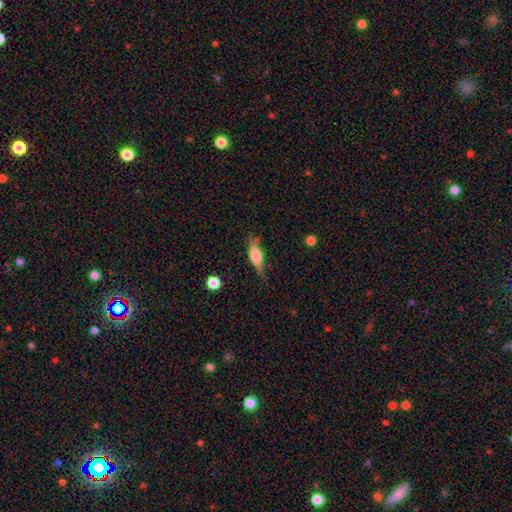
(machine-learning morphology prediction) Smooth or featured? Predicted: smooth (p=0.57). How rounded? Predicted: in between (p=0.54). Merging? Predicted: none (p=0.70).